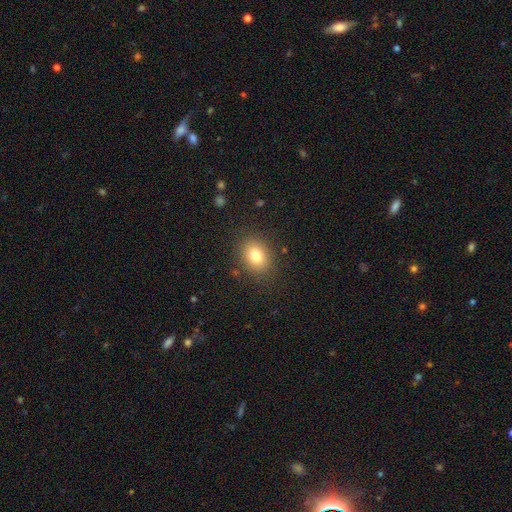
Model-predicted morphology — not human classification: type=smooth (80%); roundness=in between (64%); merging=none (85%).